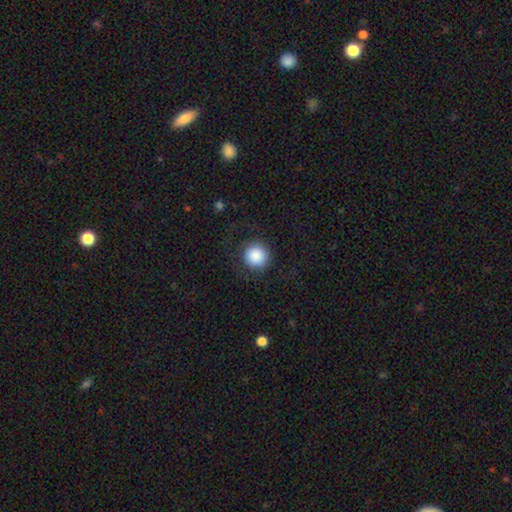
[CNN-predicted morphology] Smooth or featured? Predicted: smooth (p=0.87). How rounded? Predicted: round (p=0.95). Merging? Predicted: none (p=0.85).